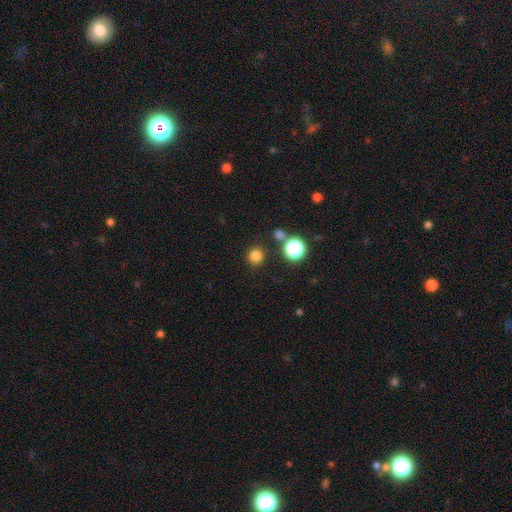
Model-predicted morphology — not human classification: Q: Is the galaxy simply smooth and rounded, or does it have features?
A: smooth — 79%.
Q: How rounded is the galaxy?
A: round — 93%.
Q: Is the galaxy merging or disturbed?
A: none — 87%.